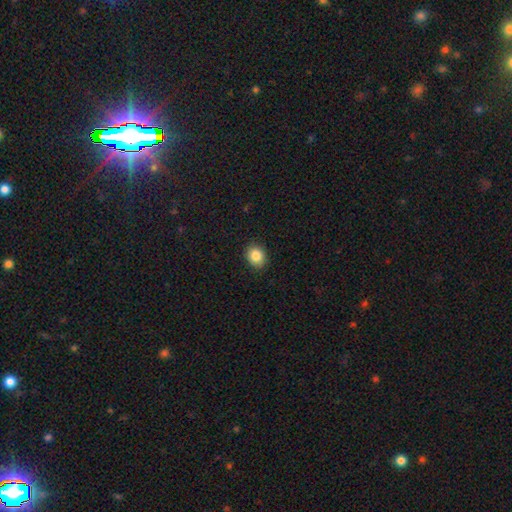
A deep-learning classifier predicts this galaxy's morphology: This appears to be a smooth galaxy with no disk features (85%) that is round (60%). Merging: none (90%).